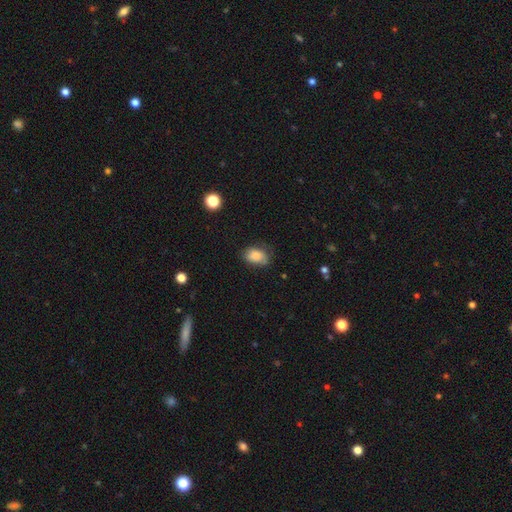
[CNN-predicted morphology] Smooth or featured? smooth (82%)
How rounded? in between (81%)
Merging? none (62%)